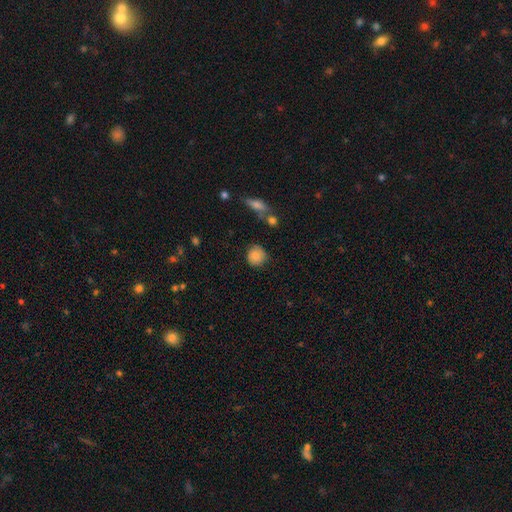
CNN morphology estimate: This appears to be a smooth galaxy with no disk features (85%) that is round (87%). Merging: none (79%).